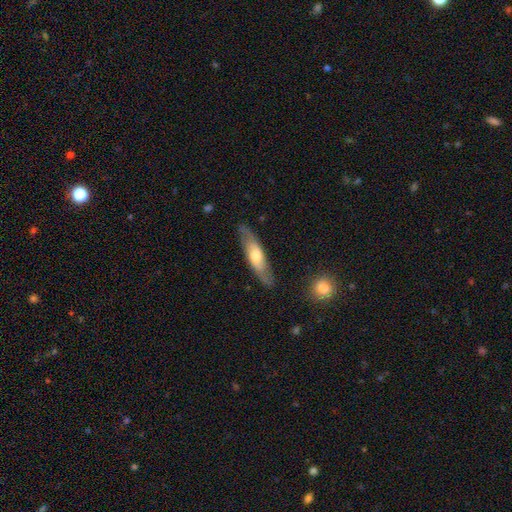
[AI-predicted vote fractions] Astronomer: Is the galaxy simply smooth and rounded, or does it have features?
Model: featured or disk — 47%, tied with smooth at 47%.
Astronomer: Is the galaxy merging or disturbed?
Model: none — 81%.